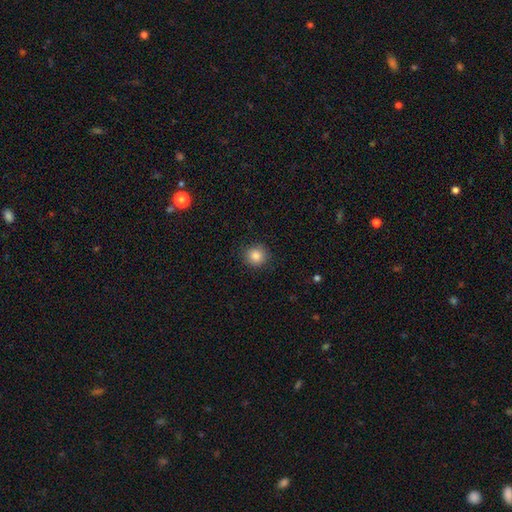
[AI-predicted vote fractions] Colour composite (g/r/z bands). It shows a smooth galaxy with no disk features (86%) that is round (92%). Merging: none (90%).